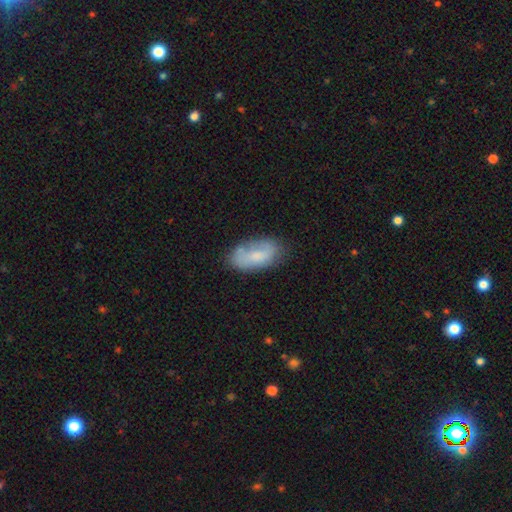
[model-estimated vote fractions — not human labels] Smooth or featured: smooth — 69% (featured or disk — 24%)
How rounded: in between — 93% (round — 3%)
Merging: none — 63% (minor disturbance — 25%)